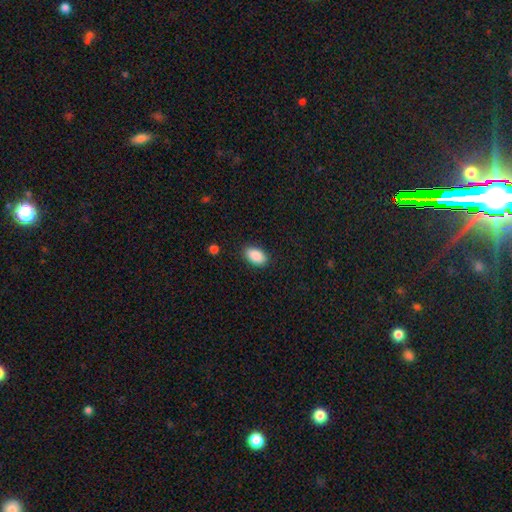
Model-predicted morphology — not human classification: This is clearly a smooth galaxy (90%). How rounded: clearly in between (93%). Merging: clearly none (88%).